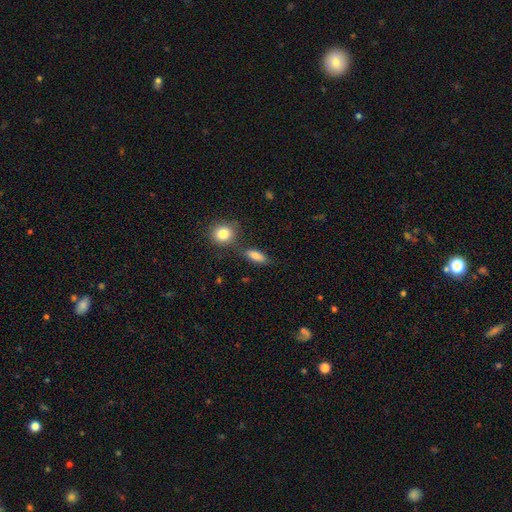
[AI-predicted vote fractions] smooth 84%, star or artifact 8%, featured or disk 8%. Down the decision tree: how rounded — in between (64%); merging — none (71%).